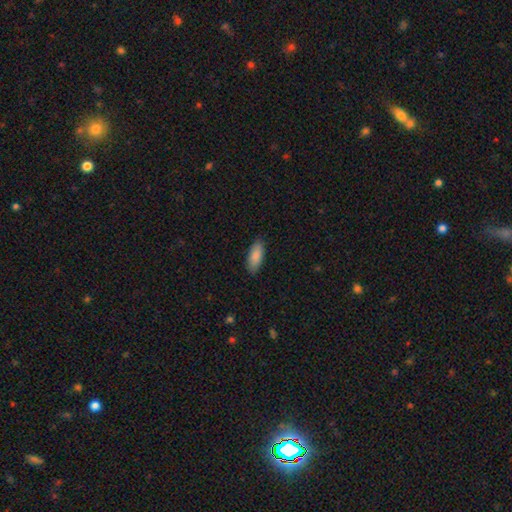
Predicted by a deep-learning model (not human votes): Morphology: type=smooth (87%); roundness=in between (77%); merging=none (87%).